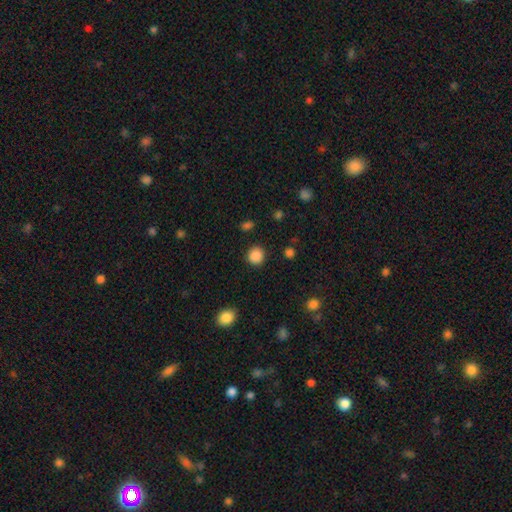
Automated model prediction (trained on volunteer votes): smooth-or-featured: smooth: 87% | star or artifact: 10% | featured or disk: 3%
  how-rounded: round: 90% | in between: 9% | cigar-shaped: 1%
  merging: none: 90% | minor disturbance: 6% | major disturbance: 3% | merger: 1%